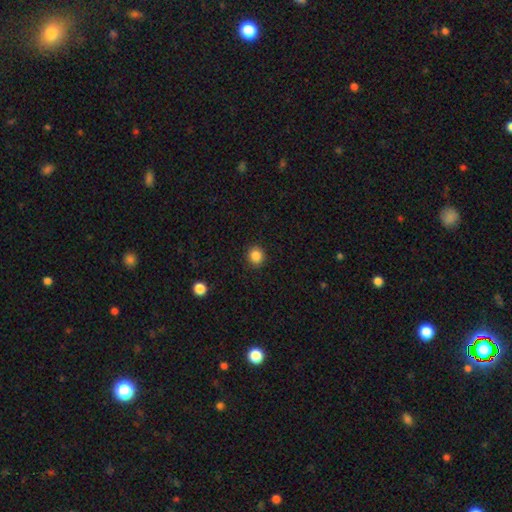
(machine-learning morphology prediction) smooth-or-featured: smooth: 86% | star or artifact: 11% | featured or disk: 4%
  how-rounded: round: 86% | in between: 13% | cigar-shaped: 1%
  merging: none: 91% | minor disturbance: 6% | major disturbance: 2% | merger: 1%